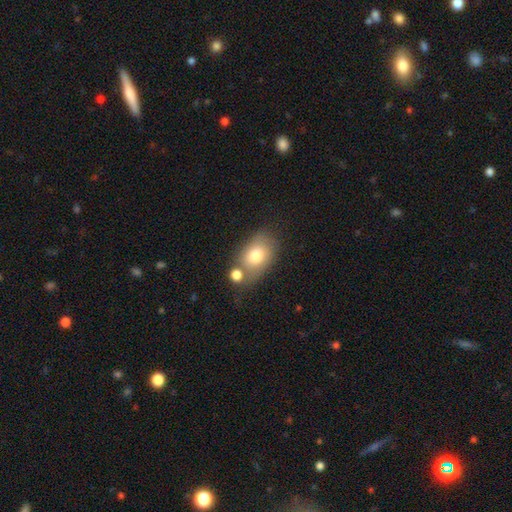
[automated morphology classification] type=smooth (75%); roundness=in between (79%); merging=none (53%).